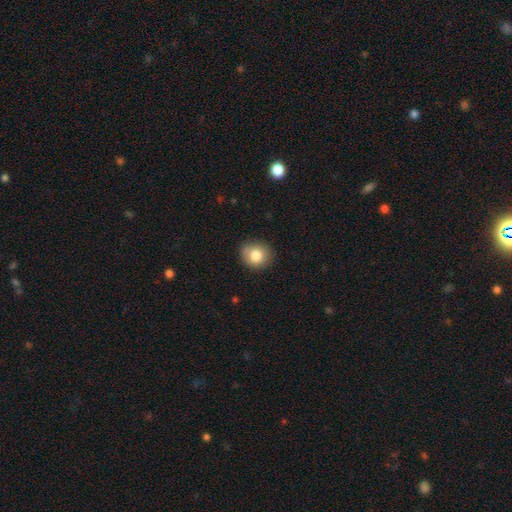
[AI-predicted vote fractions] Smooth or featured: smooth — 82% (star or artifact — 9%)
How rounded: round — 81% (in between — 19%)
Merging: none — 82% (minor disturbance — 14%)